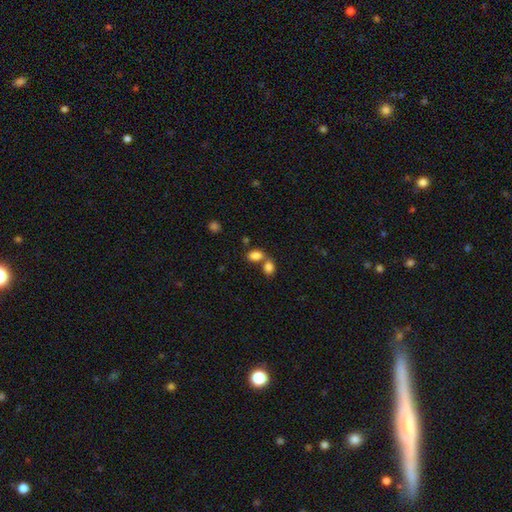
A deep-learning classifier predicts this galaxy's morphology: Smooth or featured: smooth — 83% (star or artifact — 10%)
How rounded: in between — 82% (round — 16%)
Merging: merger — 46% (none — 42%)